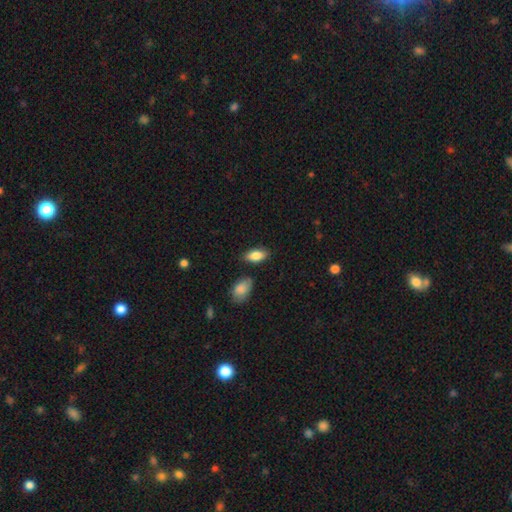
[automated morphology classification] smooth-or-featured: smooth: 84% | featured or disk: 9% | star or artifact: 7%
  how-rounded: in between: 90% | cigar-shaped: 7% | round: 3%
  merging: none: 80% | minor disturbance: 13% | merger: 4% | major disturbance: 3%